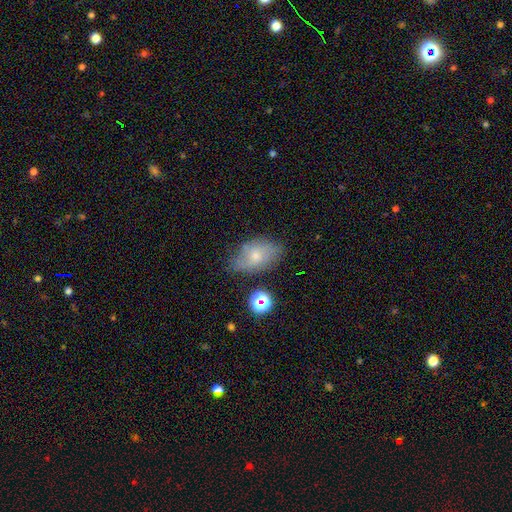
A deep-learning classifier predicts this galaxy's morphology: This is possibly a smooth galaxy (49%). Merging: likely none (64%).